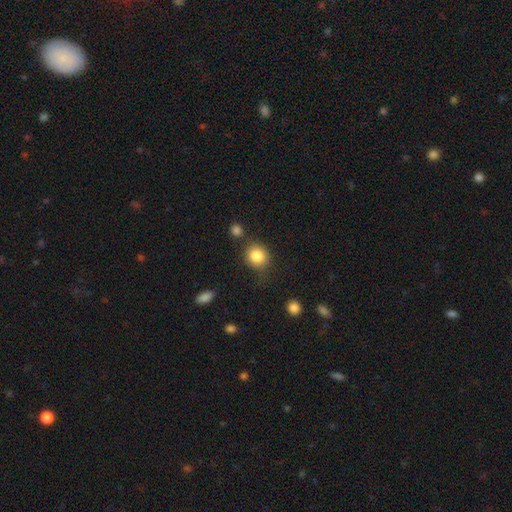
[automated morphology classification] smooth-or-featured: smooth: 85% | star or artifact: 9% | featured or disk: 6%
  how-rounded: round: 81% | in between: 18% | cigar-shaped: 1%
  merging: none: 72% | minor disturbance: 16% | merger: 7% | major disturbance: 5%